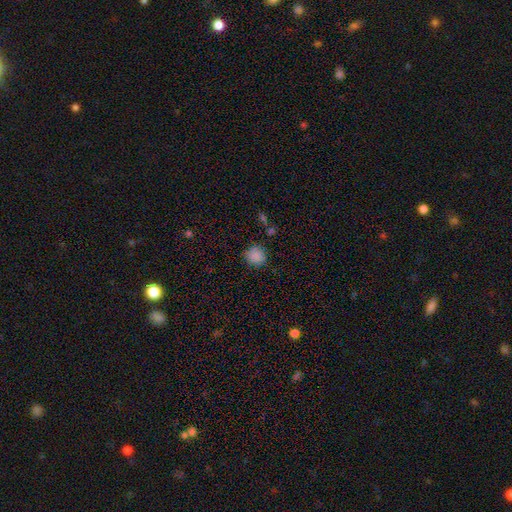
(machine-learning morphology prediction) Smooth or featured? Predicted: smooth (p=0.85). How rounded? Predicted: round (p=0.88). Merging? Predicted: none (p=0.83).